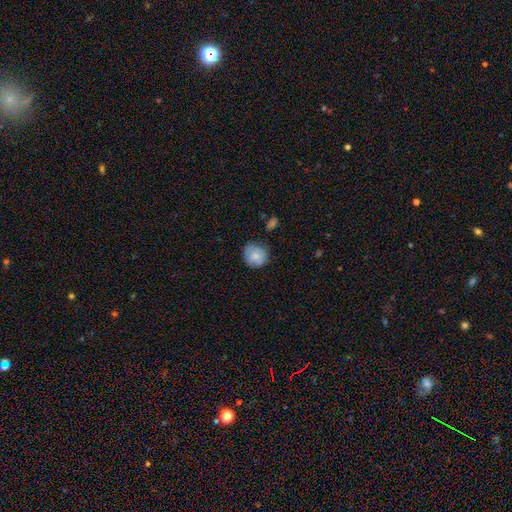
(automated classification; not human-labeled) Smooth or featured? Predicted: smooth (p=0.79). How rounded? Predicted: round (p=0.84). Merging? Predicted: none (p=0.70).